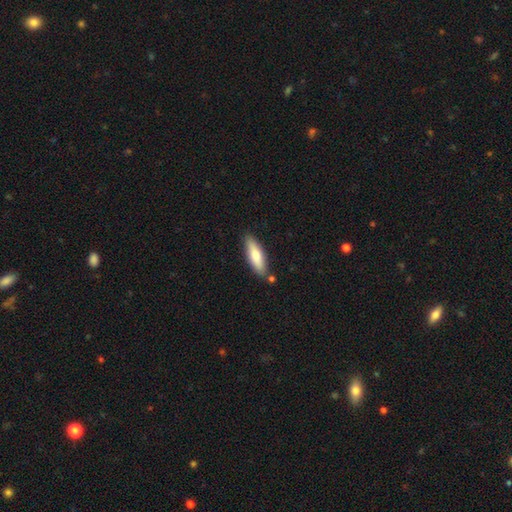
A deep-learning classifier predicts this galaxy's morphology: This appears to be a smooth galaxy with no disk features (76%) that is cigar-shaped (52%). Merging: none (80%).